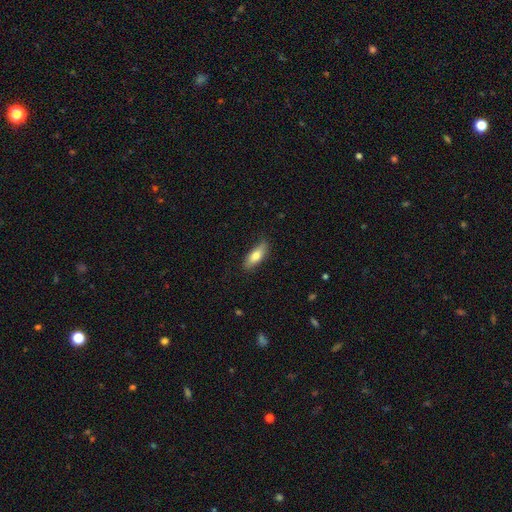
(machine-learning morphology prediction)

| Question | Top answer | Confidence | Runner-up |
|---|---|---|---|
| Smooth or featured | smooth | 75% | featured or disk (19%) |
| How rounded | in between | 65% | cigar-shaped (33%) |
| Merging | none | 81% | minor disturbance (15%) |